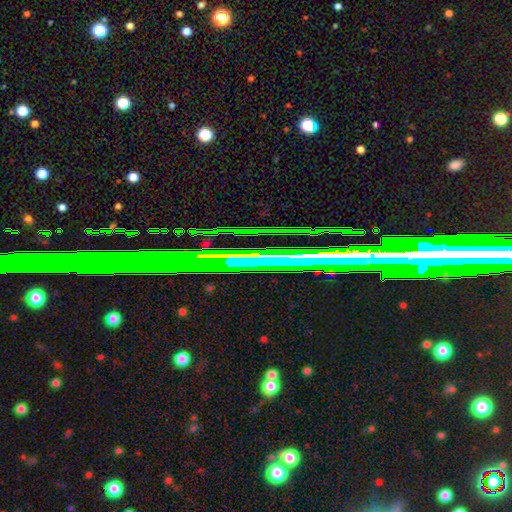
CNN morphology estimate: Smooth or featured?
  - star or artifact: 65% *
  - featured or disk: 23%
  - smooth: 11%